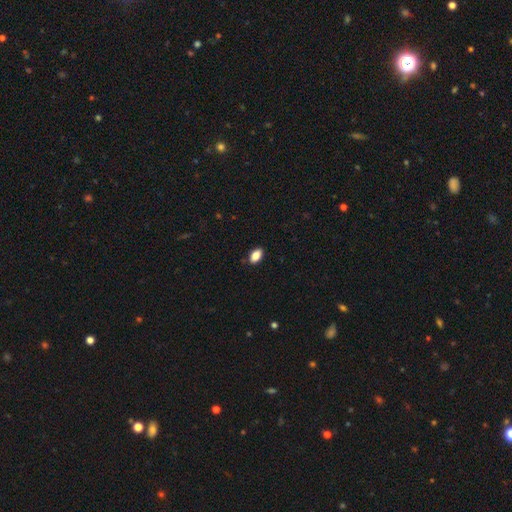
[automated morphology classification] smooth-or-featured: smooth: 85% | star or artifact: 8% | featured or disk: 7%
  how-rounded: in between: 91% | round: 6% | cigar-shaped: 3%
  merging: none: 88% | minor disturbance: 9% | major disturbance: 2% | merger: 1%